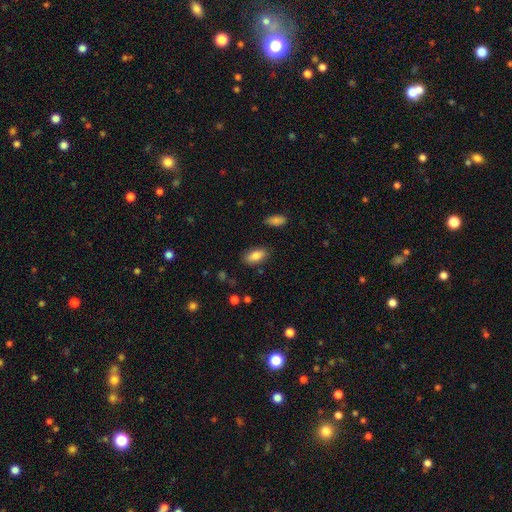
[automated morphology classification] This is clearly a smooth galaxy (85%). How rounded: clearly in between (91%). Merging: clearly none (84%).